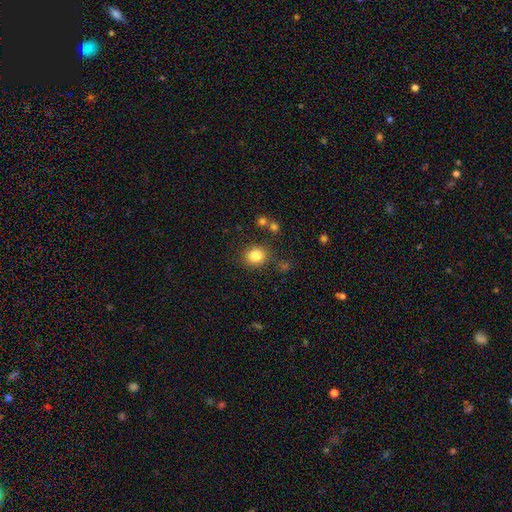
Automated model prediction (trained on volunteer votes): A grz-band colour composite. It shows a smooth galaxy with no disk features (85%) that is round (76%). Merging: none (82%).